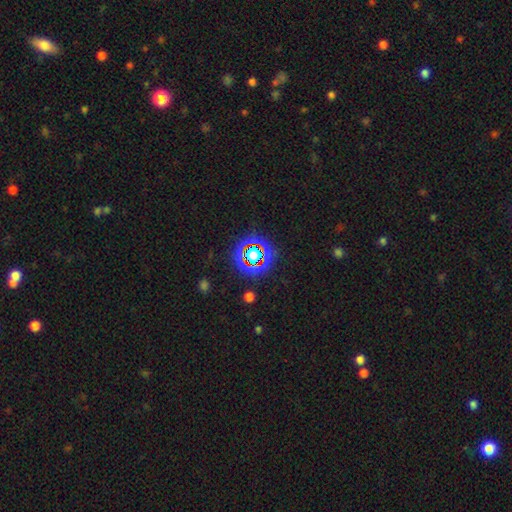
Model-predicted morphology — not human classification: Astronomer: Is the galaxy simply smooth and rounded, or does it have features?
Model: star or artifact — 69%.